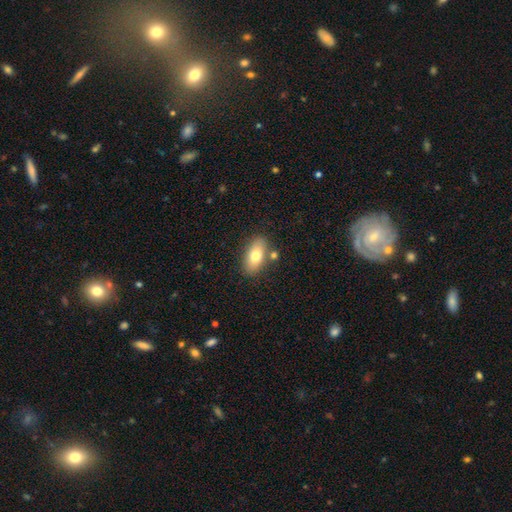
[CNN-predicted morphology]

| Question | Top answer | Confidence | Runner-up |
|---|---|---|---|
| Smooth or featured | smooth | 75% | featured or disk (18%) |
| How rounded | in between | 89% | cigar-shaped (6%) |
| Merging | none | 77% | minor disturbance (11%) |